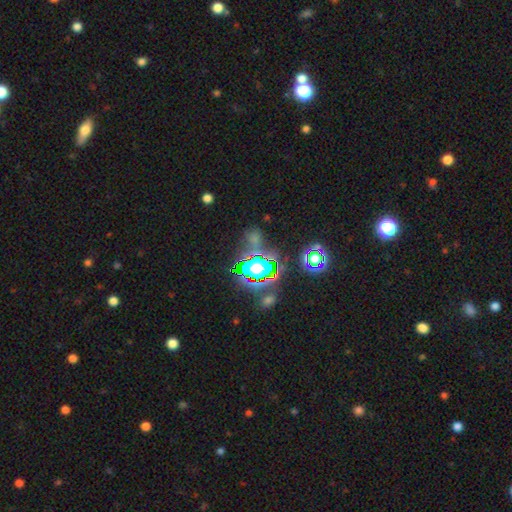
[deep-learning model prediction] smooth-or-featured: star or artifact: 82% | smooth: 11% | featured or disk: 7%